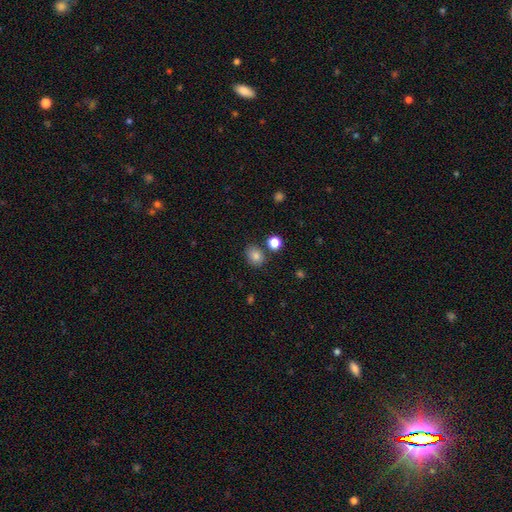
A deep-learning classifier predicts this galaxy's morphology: This appears to be a smooth galaxy with no disk features (82%) that is round (51%). Merging: none (79%).